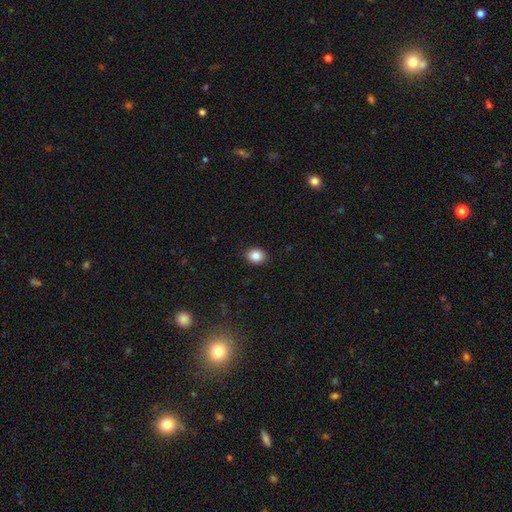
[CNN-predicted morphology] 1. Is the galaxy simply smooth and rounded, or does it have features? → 85% smooth, 10% star or artifact, 5% featured or disk.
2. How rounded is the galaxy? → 54% round, 45% in between, 1% cigar-shaped.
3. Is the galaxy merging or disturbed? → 90% none, 7% minor disturbance, 2% major disturbance, 1% merger.